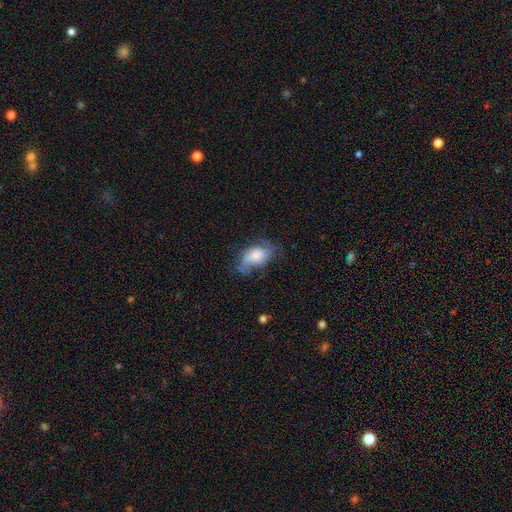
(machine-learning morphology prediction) A smooth galaxy with no disk features (63%) that is in between round and cigar-shaped (88%). Merging: none (37%).